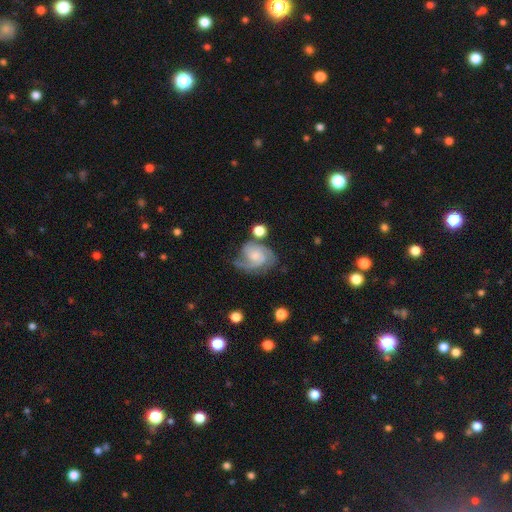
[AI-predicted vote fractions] Q: Smooth or featured?
A: featured or disk (82%); runner-up: smooth (13%)
Q: Edge-on disk?
A: no (98%); runner-up: yes (2%)
Q: Bar?
A: no (63%); runner-up: weak (32%)
Q: Spiral arms?
A: yes (96%); runner-up: no (4%)
Q: Spiral winding?
A: medium (46%); runner-up: tight (41%)
Q: Spiral arm count?
A: 2 (48%); runner-up: 3 (26%)
Q: Bulge size?
A: small (37%); runner-up: moderate (30%)
Q: Merging?
A: none (57%); runner-up: minor disturbance (22%)